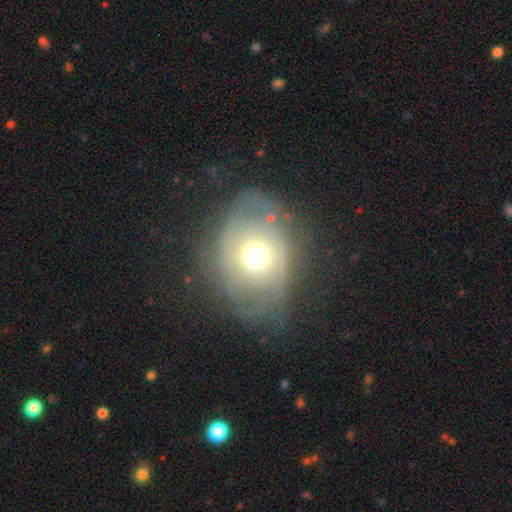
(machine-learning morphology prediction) Smooth or featured? featured or disk (53%)
Edge-on disk? no (95%)
Bar? no (83%)
Spiral arms? yes (59%)
Bulge size? moderate (63%)
Merging? none (52%)